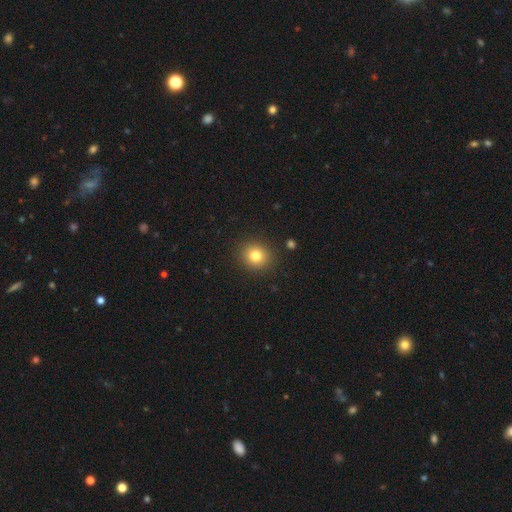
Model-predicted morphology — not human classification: Smooth or featured? smooth (80%)
How rounded? round (84%)
Merging? none (90%)